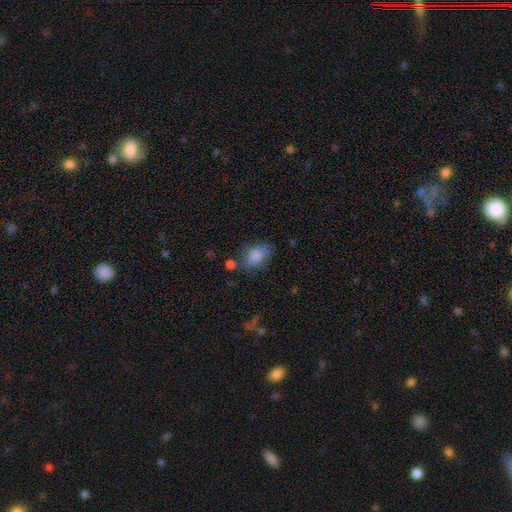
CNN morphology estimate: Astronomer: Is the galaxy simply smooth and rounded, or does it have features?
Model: smooth — 82%.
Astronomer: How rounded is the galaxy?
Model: in between — 75%.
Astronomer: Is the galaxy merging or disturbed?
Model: none — 65%.